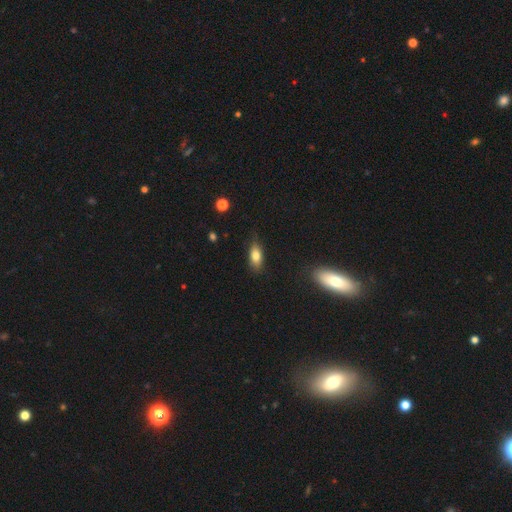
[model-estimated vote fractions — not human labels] Smooth or featured?
  - smooth: 79% *
  - featured or disk: 13%
  - star or artifact: 8%
How rounded?
  - in between: 83% *
  - cigar-shaped: 12%
  - round: 5%
Merging?
  - none: 76% *
  - minor disturbance: 19%
  - major disturbance: 4%
  - merger: 1%